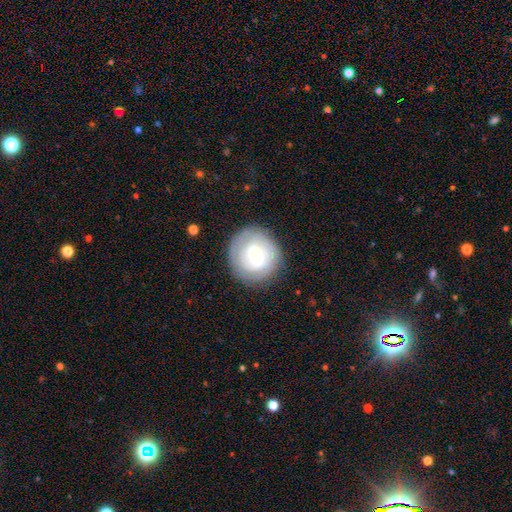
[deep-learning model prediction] Smooth or featured? featured or disk (55%)
Edge-on disk? no (96%)
Bar? weak (55%)
Spiral arms? yes (69%)
Bulge size? moderate (58%)
Merging? none (80%)